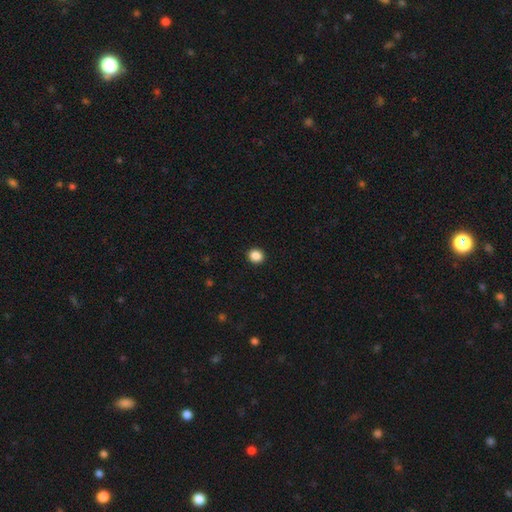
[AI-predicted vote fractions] This is clearly a smooth galaxy (87%). How rounded: clearly round (84%). Merging: clearly none (93%).